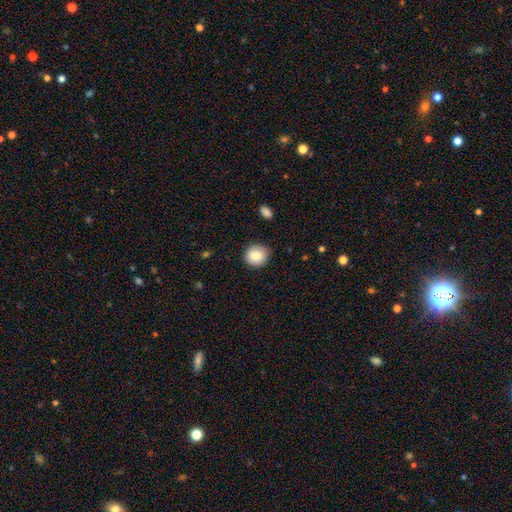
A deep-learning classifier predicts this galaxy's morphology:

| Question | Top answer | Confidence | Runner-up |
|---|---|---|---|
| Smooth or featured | smooth | 84% | star or artifact (8%) |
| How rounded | round | 88% | in between (11%) |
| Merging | none | 83% | minor disturbance (13%) |